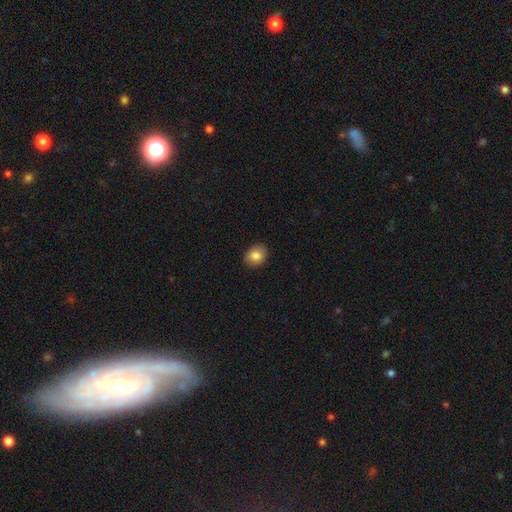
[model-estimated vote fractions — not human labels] smooth-or-featured: smooth: 84% | star or artifact: 8% | featured or disk: 7%
  how-rounded: in between: 52% | round: 47% | cigar-shaped: 1%
  merging: none: 89% | minor disturbance: 8% | major disturbance: 2% | merger: 1%